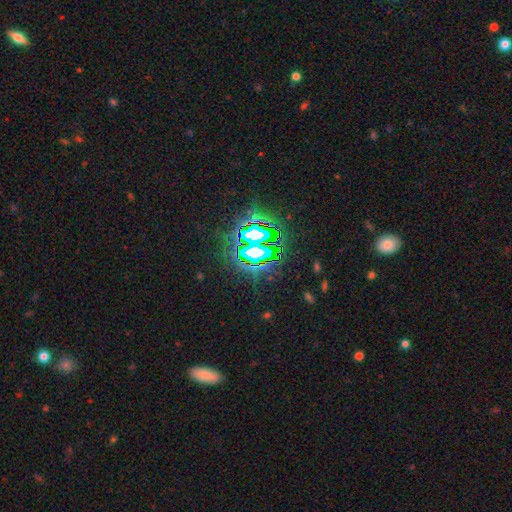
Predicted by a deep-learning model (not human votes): Q: Smooth or featured?
A: star or artifact (77%); runner-up: featured or disk (12%)